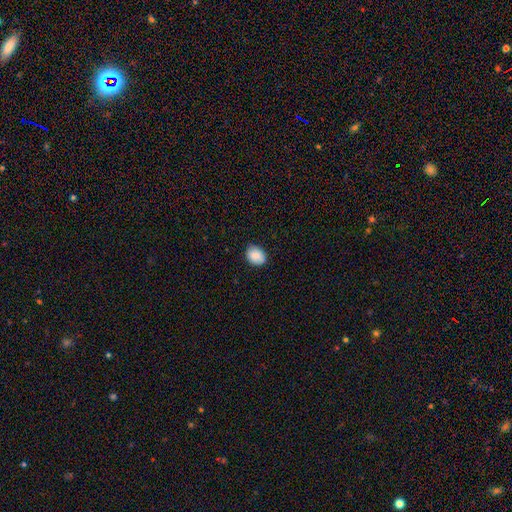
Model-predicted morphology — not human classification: Overall: smooth (87%). How rounded: in between (67%; round 32%). Merging: none (82%).